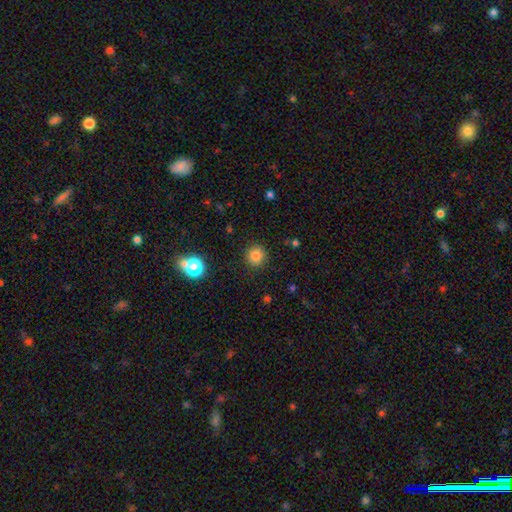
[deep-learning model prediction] smooth-or-featured: smooth: 82% | star or artifact: 13% | featured or disk: 5%
  how-rounded: round: 92% | in between: 8% | cigar-shaped: 1%
  merging: none: 90% | minor disturbance: 6% | major disturbance: 2% | merger: 1%